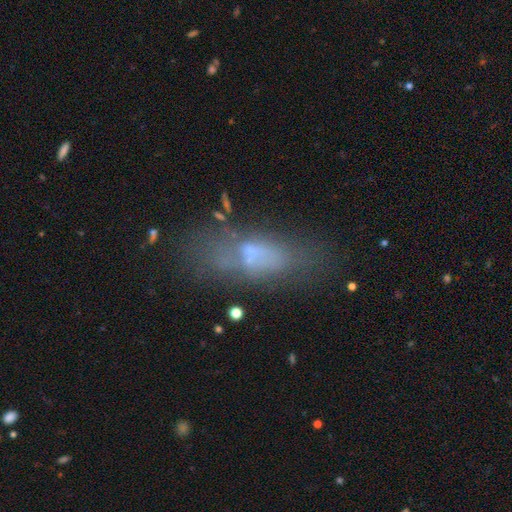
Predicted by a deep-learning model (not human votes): Overall: smooth (49%; featured or disk 36%). Merging: none (54%; minor disturbance 22%).